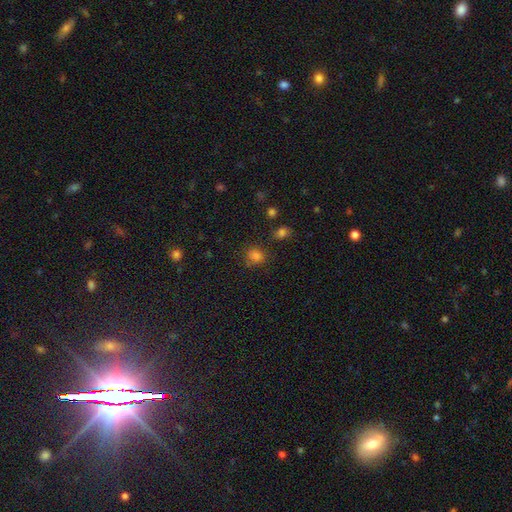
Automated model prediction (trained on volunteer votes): smooth 78%, star or artifact 17%, featured or disk 5%. Down the decision tree: how rounded — round (76%); merging — none (72%).